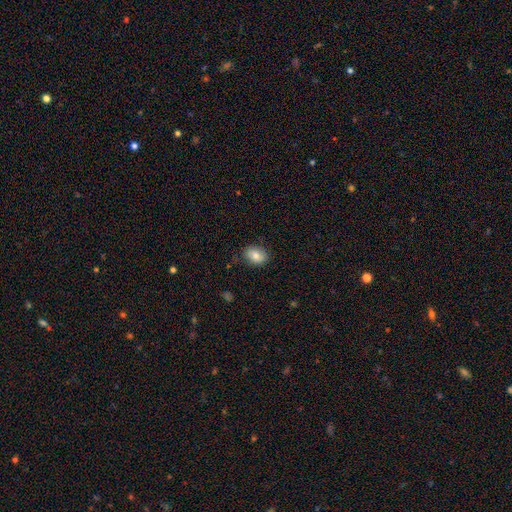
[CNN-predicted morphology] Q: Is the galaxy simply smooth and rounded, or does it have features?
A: smooth — 77%.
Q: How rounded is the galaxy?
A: in between — 66%.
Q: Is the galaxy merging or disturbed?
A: none — 81%.